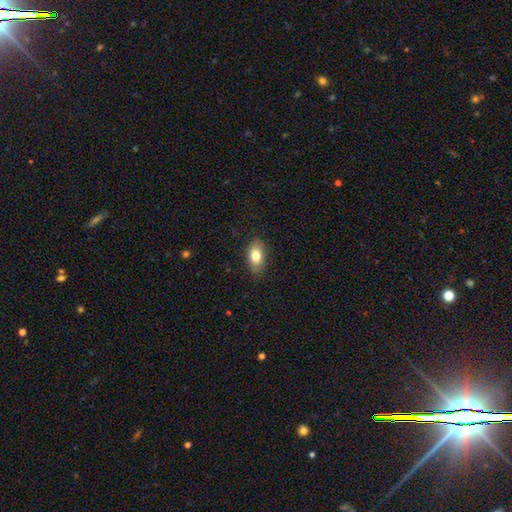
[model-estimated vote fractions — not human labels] Smooth or featured: smooth — 79% (featured or disk — 13%)
How rounded: in between — 87% (round — 10%)
Merging: none — 82% (minor disturbance — 14%)